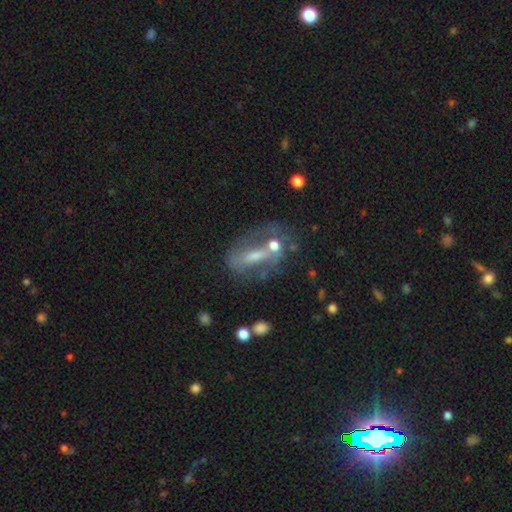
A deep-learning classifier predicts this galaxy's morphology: Q: Smooth or featured?
A: featured or disk (58%); runner-up: smooth (28%)
Q: Edge-on disk?
A: no (84%); runner-up: yes (16%)
Q: Merging?
A: none (42%); runner-up: major disturbance (20%)